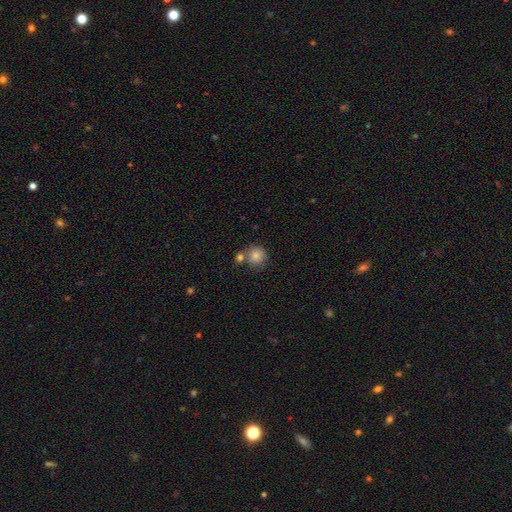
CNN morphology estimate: type=smooth (82%); roundness=round (90%); merging=none (59%).